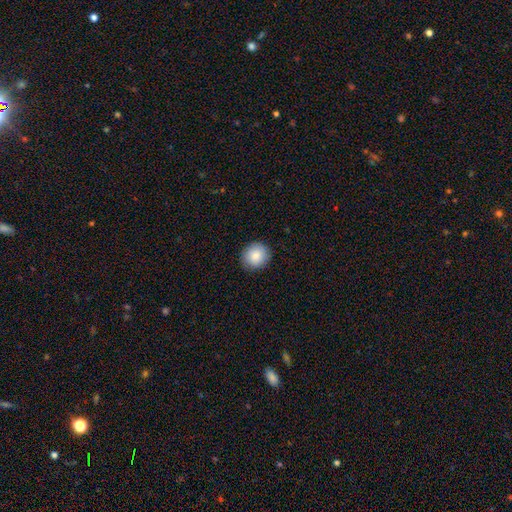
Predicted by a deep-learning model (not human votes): Morphology: type=smooth (86%); roundness=round (86%); merging=none (90%).